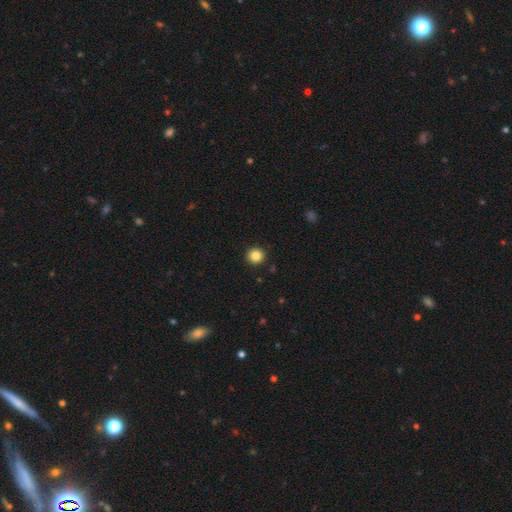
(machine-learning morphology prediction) Q: Smooth or featured?
A: smooth (85%); runner-up: star or artifact (11%)
Q: How rounded?
A: round (93%); runner-up: in between (6%)
Q: Merging?
A: none (92%); runner-up: minor disturbance (5%)